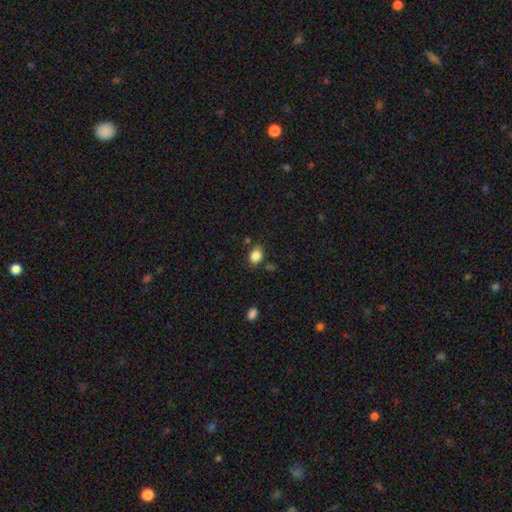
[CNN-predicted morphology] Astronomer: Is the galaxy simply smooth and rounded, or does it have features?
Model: smooth — 85%.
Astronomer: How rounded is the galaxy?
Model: in between — 63%.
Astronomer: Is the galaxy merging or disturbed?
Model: none — 77%.